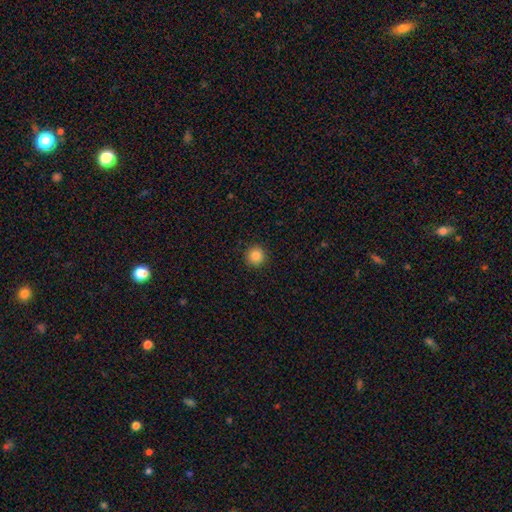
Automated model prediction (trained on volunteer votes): A smooth galaxy with no disk features (85%) that is round (95%). Merging: none (92%).